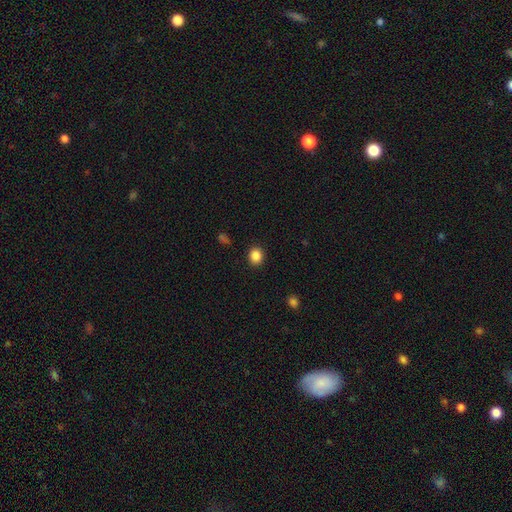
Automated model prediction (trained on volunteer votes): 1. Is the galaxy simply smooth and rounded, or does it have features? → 86% smooth, 10% star or artifact, 4% featured or disk.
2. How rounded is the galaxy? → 76% round, 23% in between, 1% cigar-shaped.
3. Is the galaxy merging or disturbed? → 91% none, 6% minor disturbance, 2% major disturbance, 1% merger.